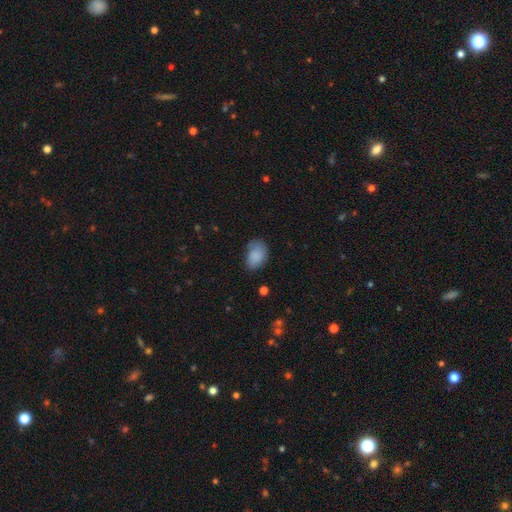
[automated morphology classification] Overall: smooth (84%). How rounded: in between (83%). Merging: none (58%; minor disturbance 31%).